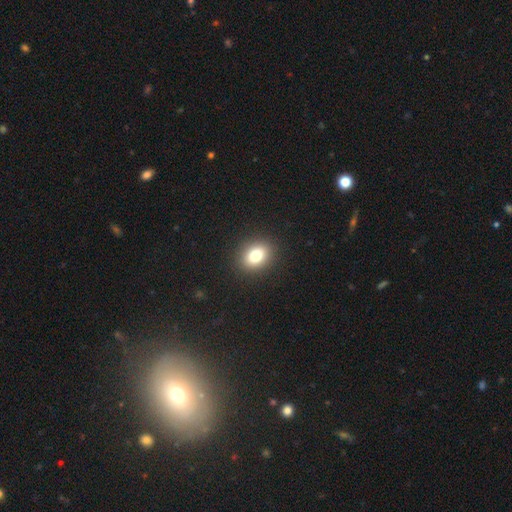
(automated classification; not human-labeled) Smooth or featured?
  - smooth: 79% *
  - star or artifact: 11%
  - featured or disk: 9%
How rounded?
  - in between: 54% *
  - round: 45%
  - cigar-shaped: 1%
Merging?
  - none: 90% *
  - minor disturbance: 7%
  - major disturbance: 2%
  - merger: 1%